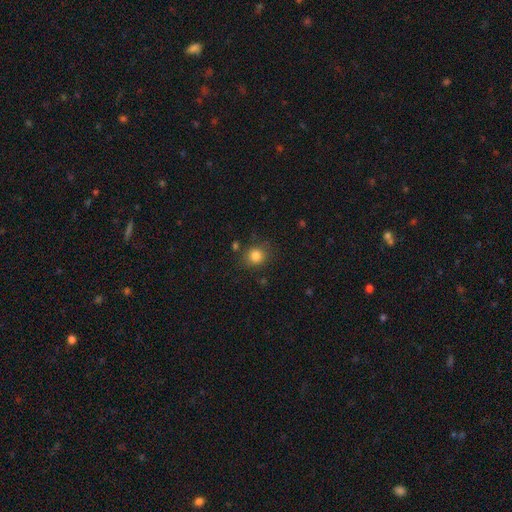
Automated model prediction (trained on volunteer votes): Q: Smooth or featured?
A: smooth (82%); runner-up: star or artifact (12%)
Q: How rounded?
A: round (81%); runner-up: in between (18%)
Q: Merging?
A: none (81%); runner-up: minor disturbance (11%)